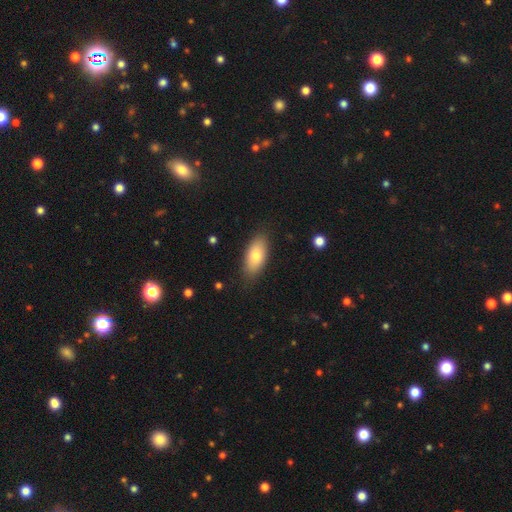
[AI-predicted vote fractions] The model was most divided on "smooth or featured": smooth: 77%, featured or disk: 16%, star or artifact: 6%. More confident: how rounded — in between (89%); merging — none (84%).